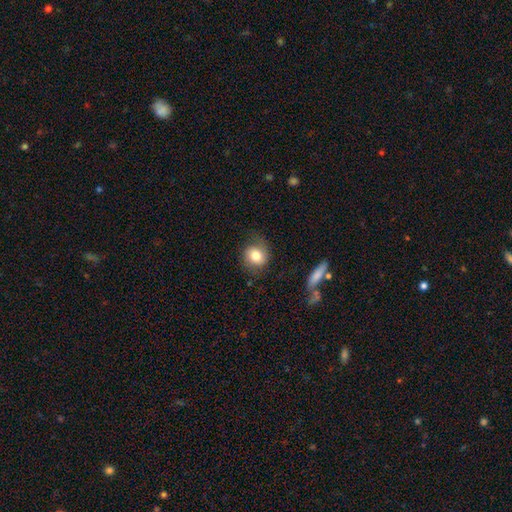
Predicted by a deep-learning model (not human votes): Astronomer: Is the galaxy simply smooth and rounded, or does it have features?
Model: smooth — 74%.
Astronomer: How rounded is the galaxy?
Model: round — 69%.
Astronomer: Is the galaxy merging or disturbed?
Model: none — 68%.